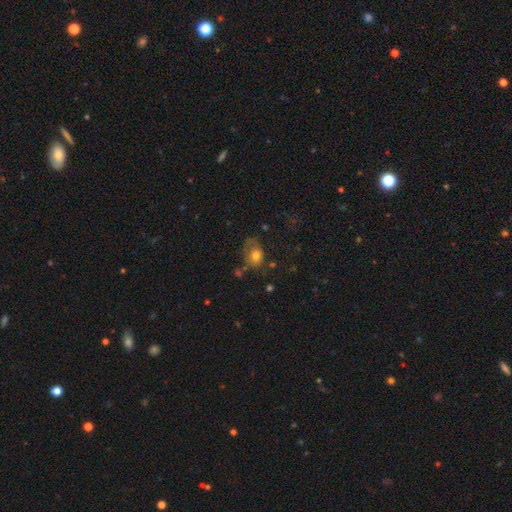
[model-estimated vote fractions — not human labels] Smooth or featured? smooth (71%)
How rounded? in between (70%)
Merging? none (42%)